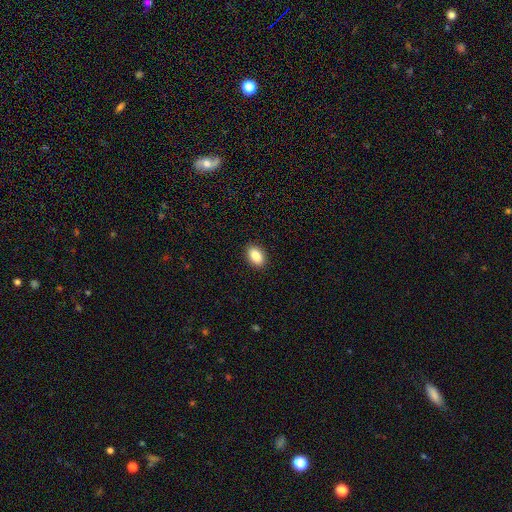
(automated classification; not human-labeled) smooth_or_featured: smooth (p=0.89) [alt: star or artifact p=0.07]
how_rounded: in between (p=0.89) [alt: round p=0.10]
merging: none (p=0.90) [alt: minor disturbance p=0.07]